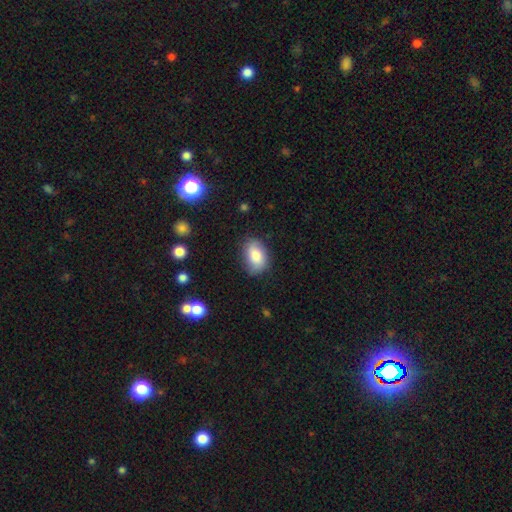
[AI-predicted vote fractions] Smooth or featured? smooth (82%)
How rounded? in between (87%)
Merging? none (75%)